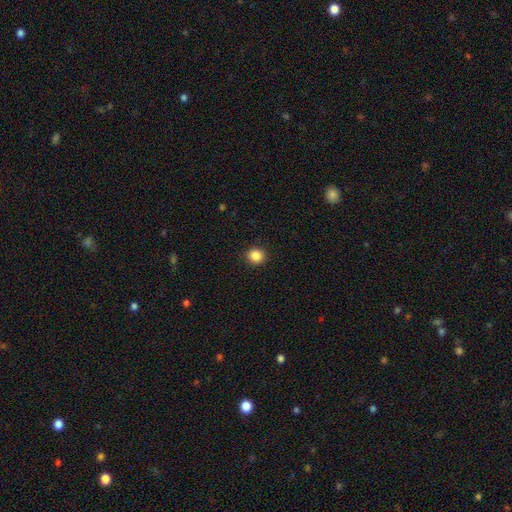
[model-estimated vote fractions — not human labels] Smooth or featured?
  - smooth: 86% *
  - star or artifact: 10%
  - featured or disk: 4%
How rounded?
  - round: 86% *
  - in between: 13%
  - cigar-shaped: 1%
Merging?
  - none: 92% *
  - minor disturbance: 6%
  - major disturbance: 2%
  - merger: 1%